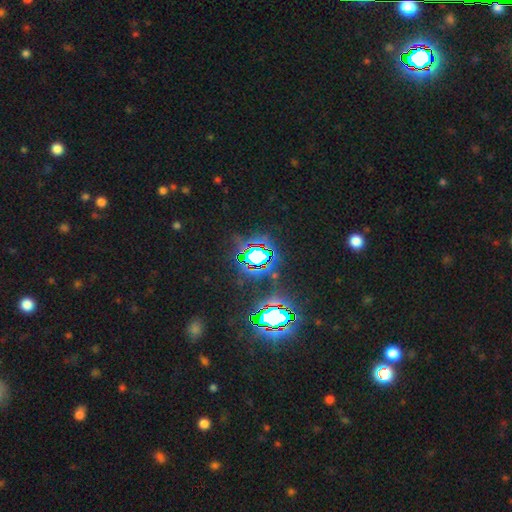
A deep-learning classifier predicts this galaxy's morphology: A star or artifact, not a galaxy (76%).

Vote fractions:
- Smooth or featured? star or artifact: 76% / smooth: 14% / featured or disk: 10%